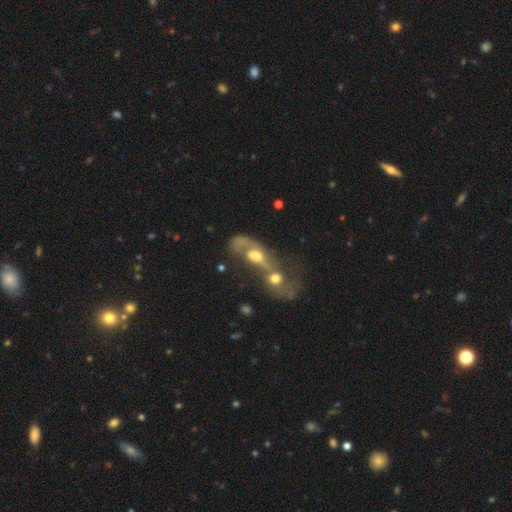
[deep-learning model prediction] Smooth or featured?
  - featured or disk: 52% *
  - smooth: 36%
  - star or artifact: 12%
Edge-on disk?
  - no: 88% *
  - yes: 12%
Merging?
  - merger: 73% *
  - major disturbance: 12%
  - none: 9%
  - minor disturbance: 5%